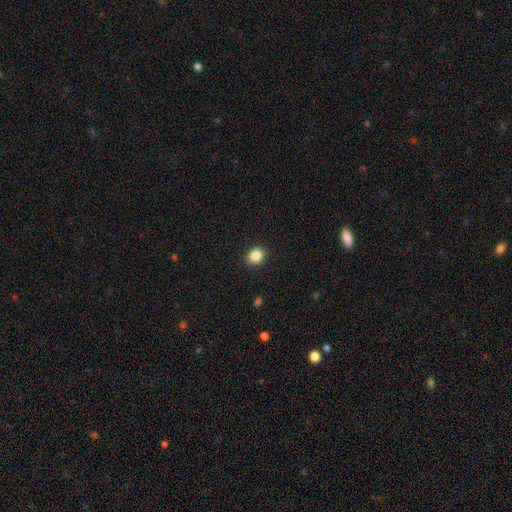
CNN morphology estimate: Smooth or featured? smooth (86%)
How rounded? round (64%)
Merging? none (90%)